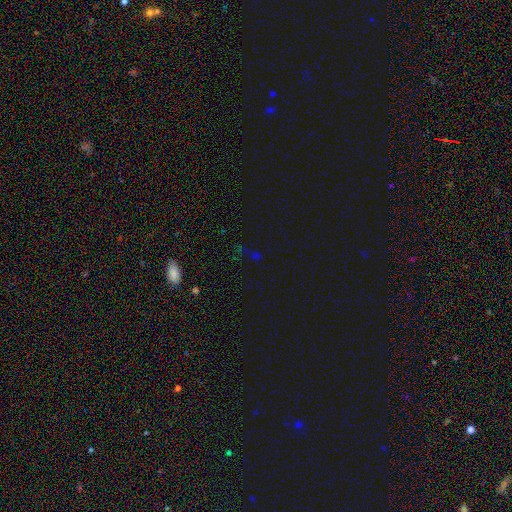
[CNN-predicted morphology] Smooth or featured? Predicted: star or artifact (p=0.67).